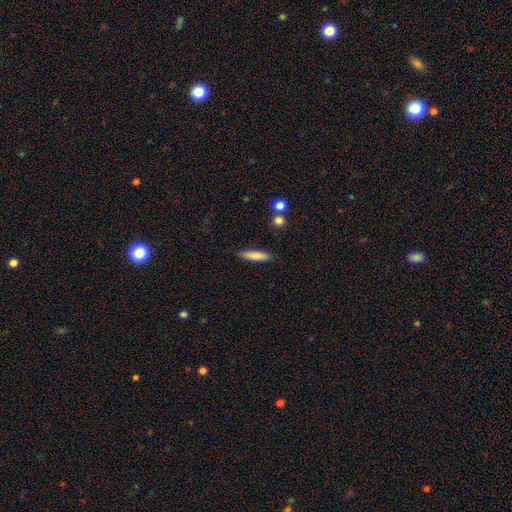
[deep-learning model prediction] Smooth or featured? Predicted: smooth (p=0.76). How rounded? Predicted: cigar-shaped (p=0.86). Merging? Predicted: none (p=0.87).